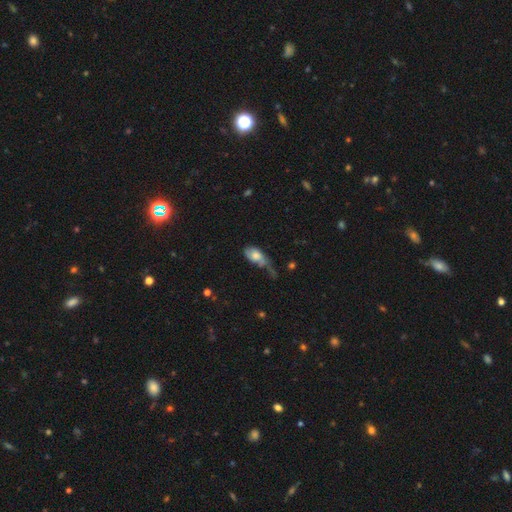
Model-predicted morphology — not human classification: Q: Smooth or featured?
A: smooth (56%); runner-up: featured or disk (36%)
Q: How rounded?
A: in between (88%); runner-up: round (6%)
Q: Merging?
A: minor disturbance (33%); runner-up: major disturbance (32%)